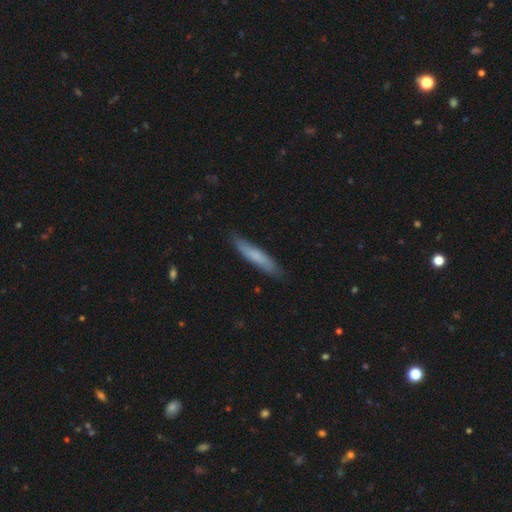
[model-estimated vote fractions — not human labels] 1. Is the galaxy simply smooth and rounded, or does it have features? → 73% smooth, 21% featured or disk, 6% star or artifact.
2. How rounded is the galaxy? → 89% cigar-shaped, 10% in between, 1% round.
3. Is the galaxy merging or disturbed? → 84% none, 13% minor disturbance, 2% major disturbance, 1% merger.